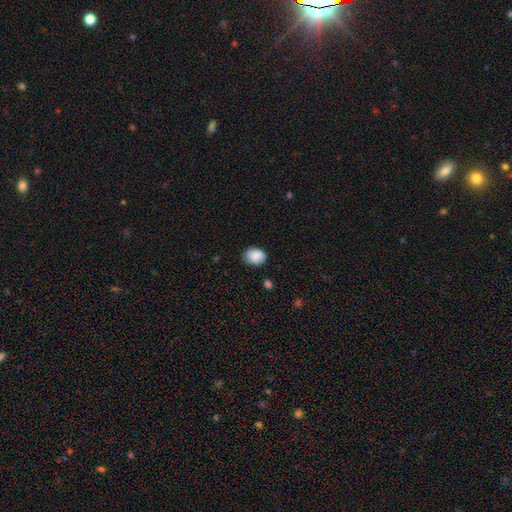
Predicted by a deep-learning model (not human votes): smooth-or-featured: smooth: 87% | star or artifact: 8% | featured or disk: 6%
  how-rounded: in between: 55% | round: 44% | cigar-shaped: 1%
  merging: none: 76% | minor disturbance: 19% | major disturbance: 3% | merger: 2%